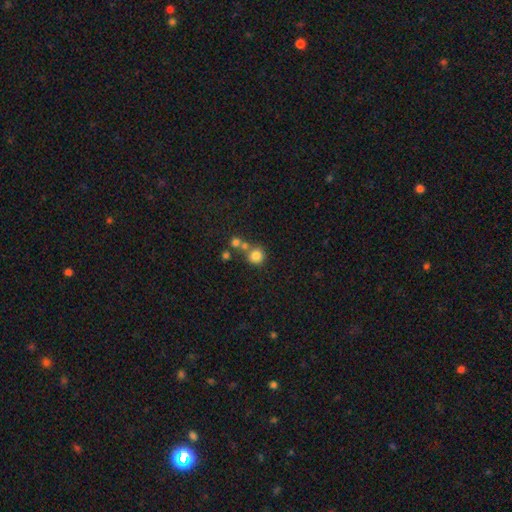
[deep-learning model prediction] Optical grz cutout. It shows a smooth galaxy with no disk features (79%) that is round (88%). Merging: none (59%).